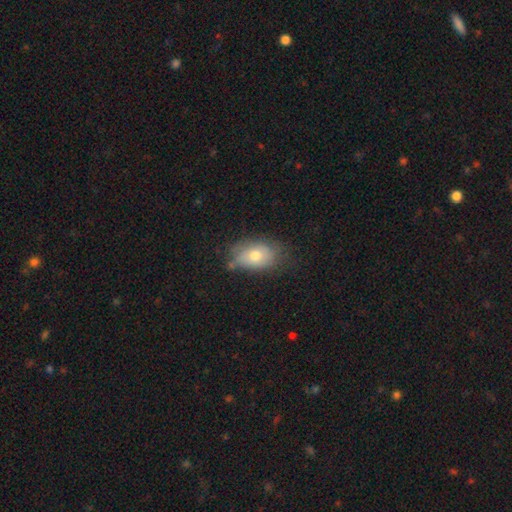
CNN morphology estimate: type=smooth (68%); roundness=in between (84%); merging=none (56%).